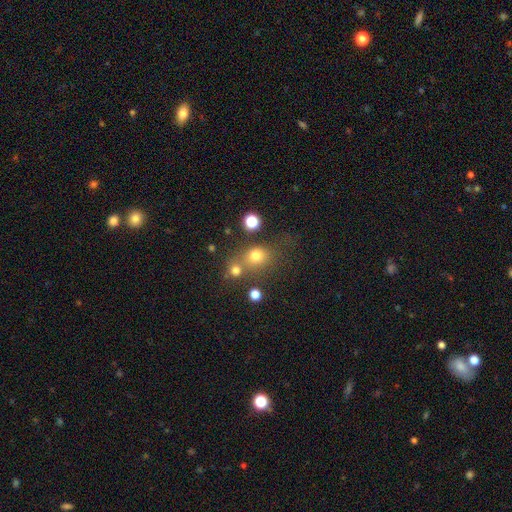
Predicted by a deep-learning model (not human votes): This is likely a smooth galaxy (73%). How rounded: likely round (72%). Merging: possibly none (54%).